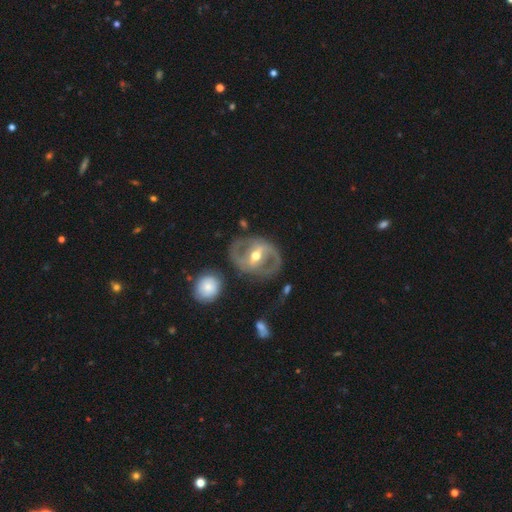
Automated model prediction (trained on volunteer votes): A featured or disk galaxy (85%) with a strong bar (53%), 2 (86%) medium (49%) spiral arms (81%) and a moderate central bulge (69%). Merging: none (75%).